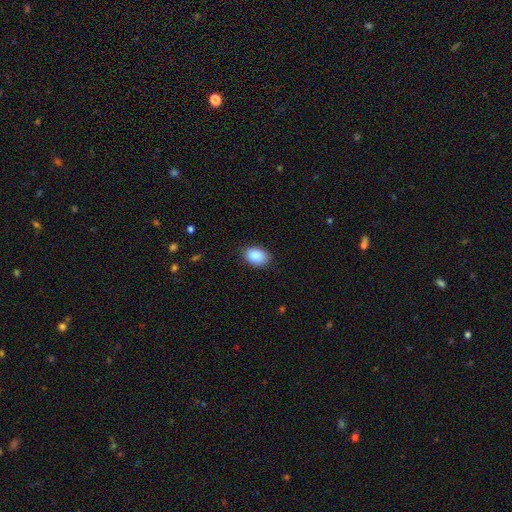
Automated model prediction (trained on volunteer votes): smooth 90%, star or artifact 7%, featured or disk 3%. Down the decision tree: how rounded — in between (83%); merging — none (85%).